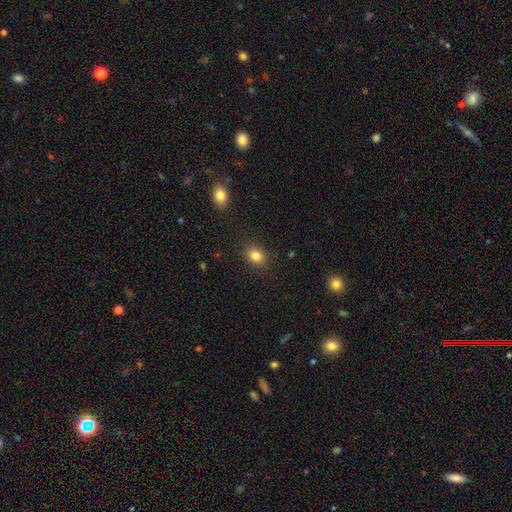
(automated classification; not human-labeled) Q: Smooth or featured?
A: smooth (83%); runner-up: star or artifact (11%)
Q: How rounded?
A: in between (55%); runner-up: round (43%)
Q: Merging?
A: none (87%); runner-up: minor disturbance (9%)